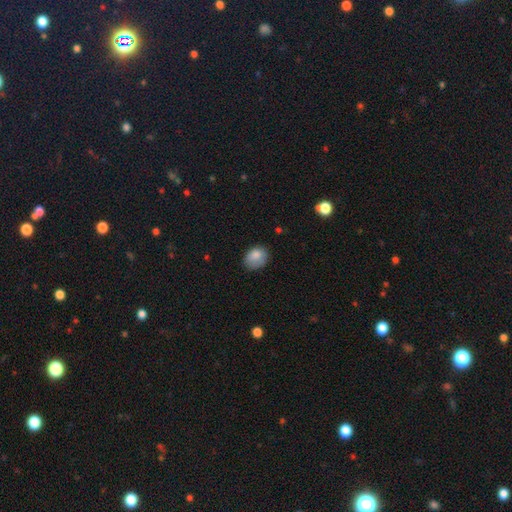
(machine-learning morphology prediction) Smooth or featured? smooth (82%)
How rounded? in between (65%)
Merging? none (58%)